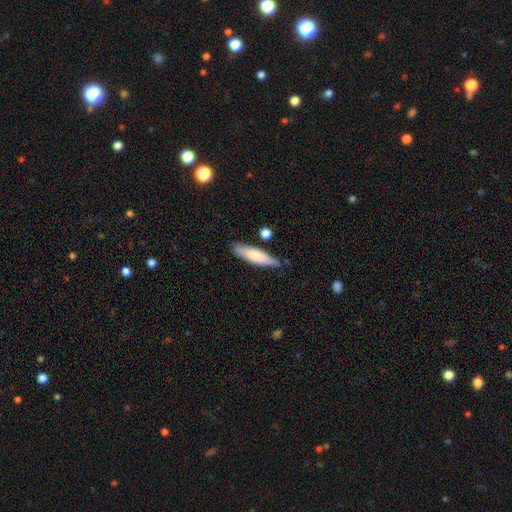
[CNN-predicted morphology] This appears to be a smooth galaxy with no disk features (74%) that is cigar-shaped (69%). Merging: none (75%).